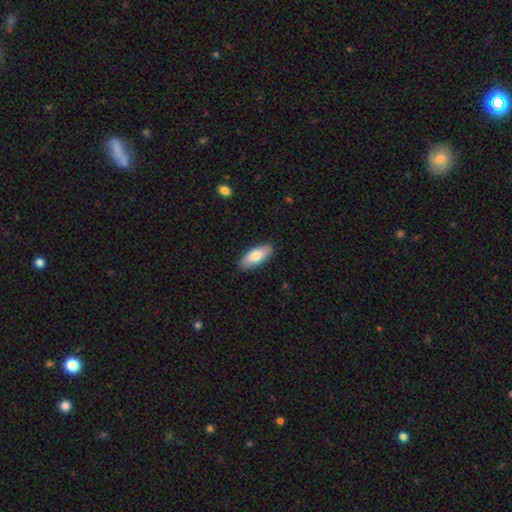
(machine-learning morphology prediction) type=smooth (78%); roundness=in between (84%); merging=none (89%).